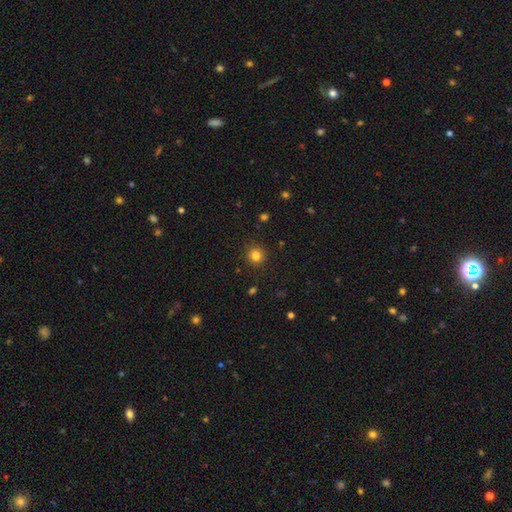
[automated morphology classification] Overall: smooth (82%). How rounded: round (92%). Merging: none (89%).